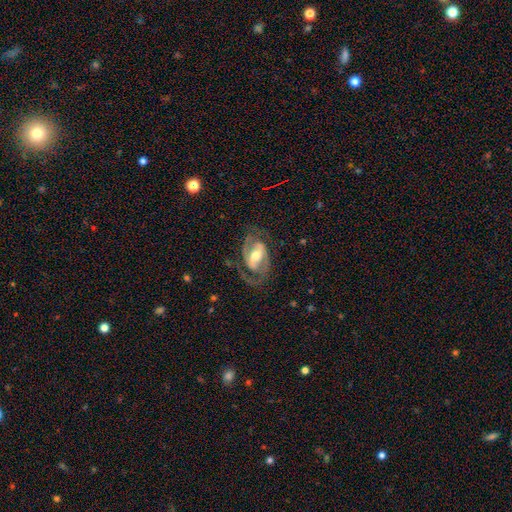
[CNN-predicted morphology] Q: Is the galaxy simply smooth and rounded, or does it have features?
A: featured or disk — 83%.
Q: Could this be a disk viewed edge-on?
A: no — 95%.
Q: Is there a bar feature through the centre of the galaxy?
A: strong — 40%.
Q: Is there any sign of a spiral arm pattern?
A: yes — 86%.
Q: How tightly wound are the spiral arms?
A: medium — 50%.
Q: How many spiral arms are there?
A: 2 — 82%.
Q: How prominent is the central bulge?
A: moderate — 65%.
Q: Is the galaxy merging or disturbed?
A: none — 65%.